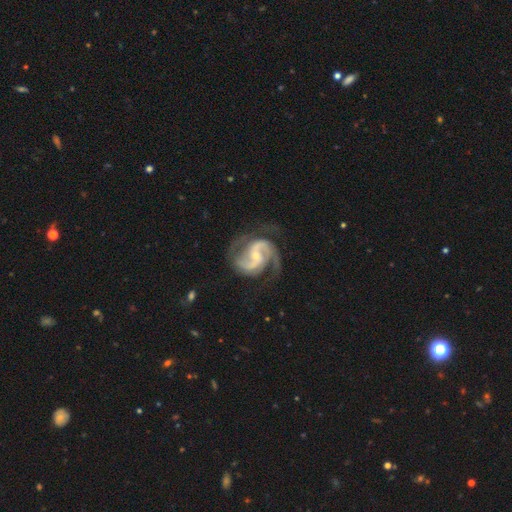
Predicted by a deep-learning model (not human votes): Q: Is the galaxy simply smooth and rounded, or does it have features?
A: featured or disk — 92%.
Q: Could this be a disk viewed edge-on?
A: no — 98%.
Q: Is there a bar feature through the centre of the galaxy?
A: weak — 42%.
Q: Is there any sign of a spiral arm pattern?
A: yes — 98%.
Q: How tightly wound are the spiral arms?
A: medium — 61%.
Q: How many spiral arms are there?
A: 2 — 88%.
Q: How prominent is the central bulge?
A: small — 67%.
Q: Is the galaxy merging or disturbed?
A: none — 71%.